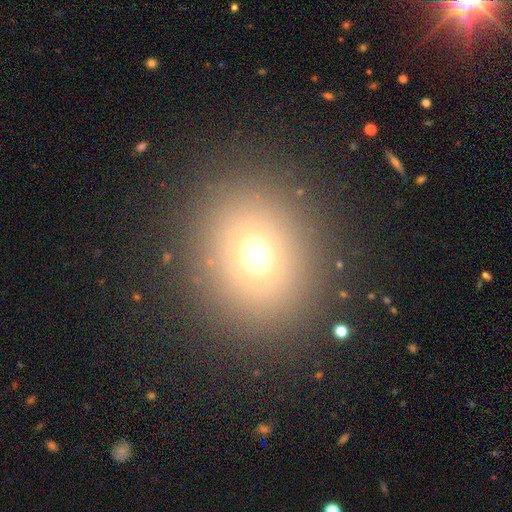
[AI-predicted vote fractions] This is likely a smooth galaxy (69%). How rounded: likely round (72%). Merging: clearly none (88%).